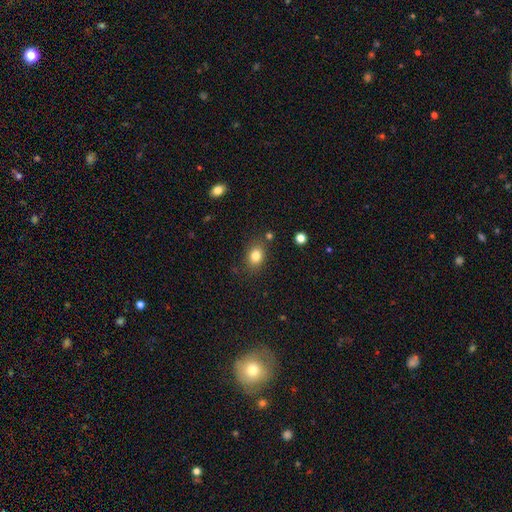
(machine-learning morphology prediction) type=smooth (82%); roundness=in between (59%); merging=none (80%).